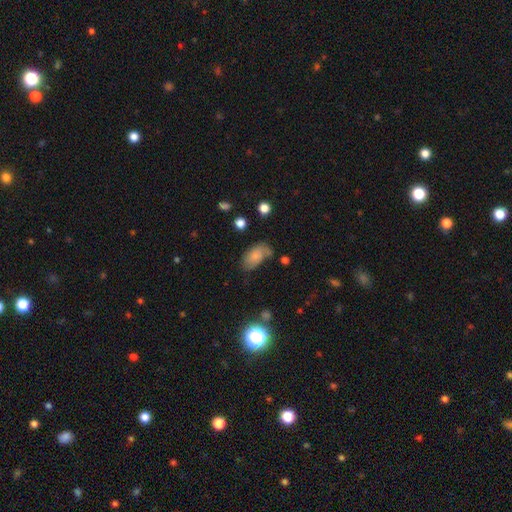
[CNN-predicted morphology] smooth_or_featured: smooth (p=0.67) [alt: featured or disk p=0.23]
how_rounded: in between (p=0.92) [alt: round p=0.06]
merging: none (p=0.47) [alt: minor disturbance p=0.31]